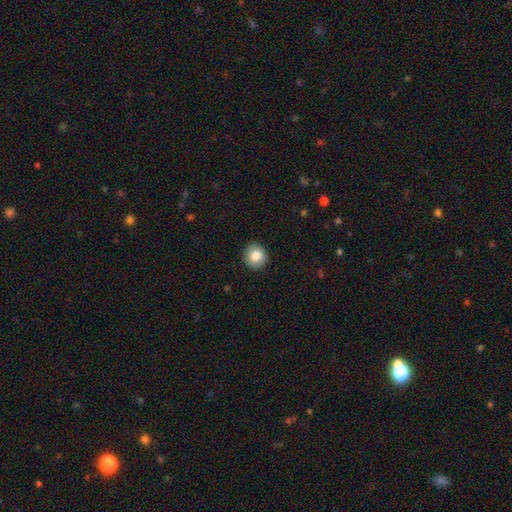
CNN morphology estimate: smooth-or-featured: smooth: 84% | featured or disk: 8% | star or artifact: 8%
  how-rounded: round: 89% | in between: 10% | cigar-shaped: 1%
  merging: none: 89% | minor disturbance: 8% | major disturbance: 2% | merger: 1%